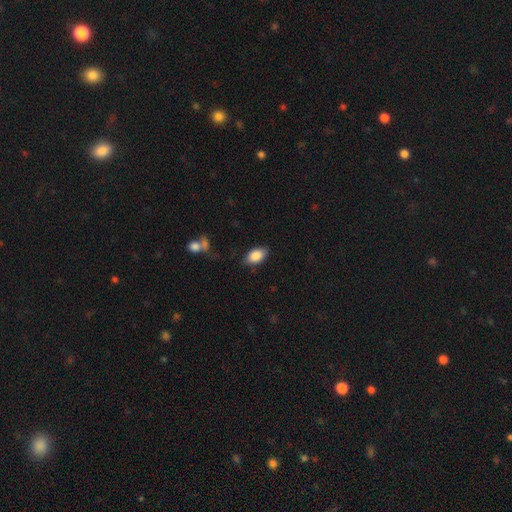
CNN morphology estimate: The model was most divided on "merging": none: 81%, minor disturbance: 14%, major disturbance: 3%, merger: 2%. More confident: how rounded — in between (92%); smooth or featured — smooth (87%).